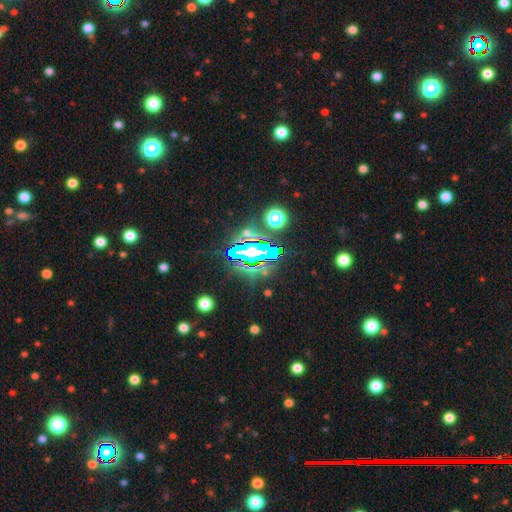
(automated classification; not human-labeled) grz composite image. It shows a star or artifact, not a galaxy (73%).